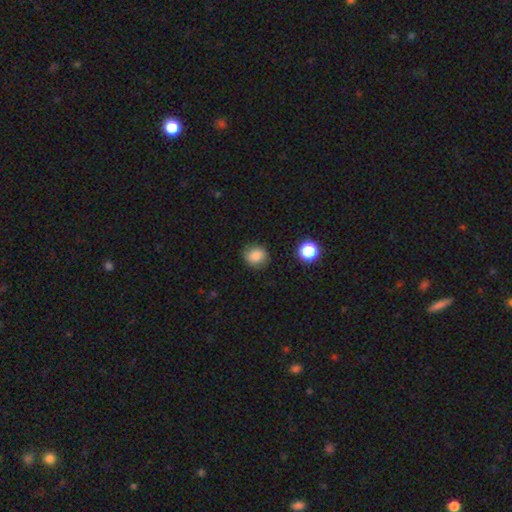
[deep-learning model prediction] smooth_or_featured: smooth (p=0.83) [alt: star or artifact p=0.11]
how_rounded: round (p=0.82) [alt: in between p=0.17]
merging: none (p=0.84) [alt: minor disturbance p=0.11]